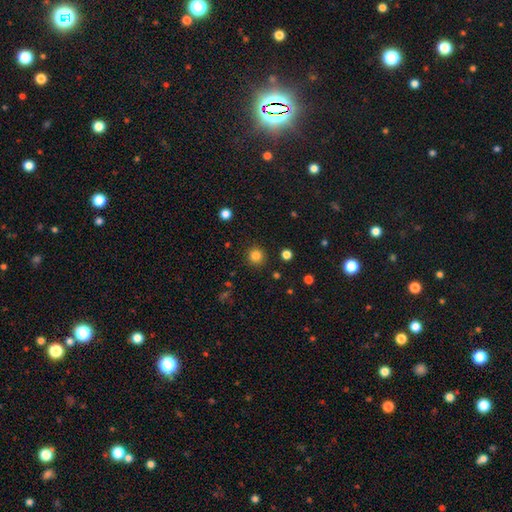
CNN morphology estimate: Overall: smooth (83%). How rounded: round (94%). Merging: none (91%).